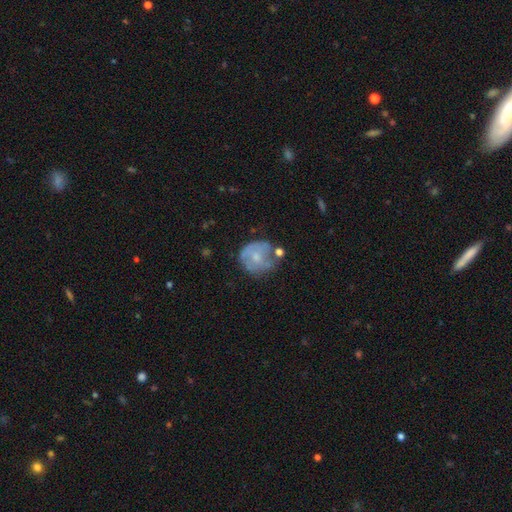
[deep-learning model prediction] A smooth galaxy with no disk features (49%). Merging: none (50%).